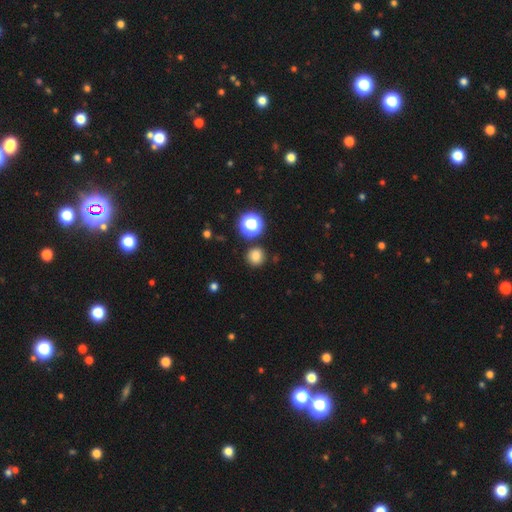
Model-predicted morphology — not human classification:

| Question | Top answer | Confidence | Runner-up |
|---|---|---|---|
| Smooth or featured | smooth | 79% | star or artifact (16%) |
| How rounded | round | 91% | in between (8%) |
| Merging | none | 87% | minor disturbance (7%) |